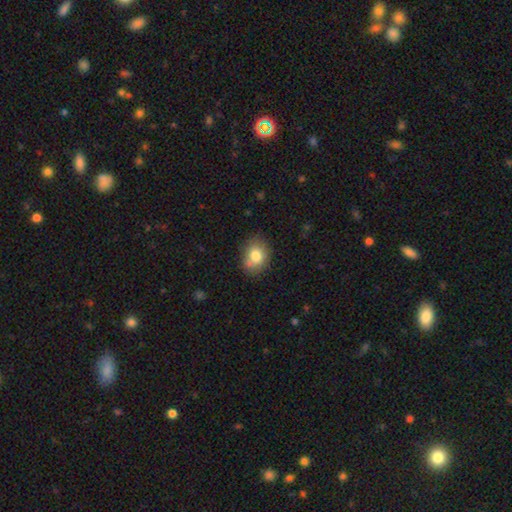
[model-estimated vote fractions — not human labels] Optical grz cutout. It shows a smooth galaxy with no disk features (78%) that is in between round and cigar-shaped (55%). Merging: none (71%).